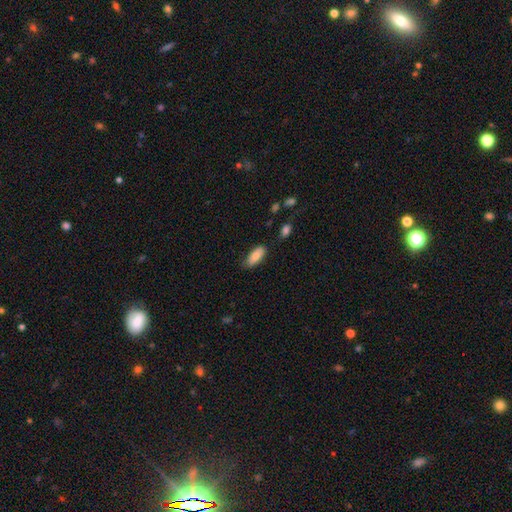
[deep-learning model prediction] Smooth or featured?
  - smooth: 81% *
  - featured or disk: 13%
  - star or artifact: 6%
How rounded?
  - in between: 81% *
  - cigar-shaped: 17%
  - round: 2%
Merging?
  - none: 80% *
  - minor disturbance: 16%
  - major disturbance: 3%
  - merger: 2%